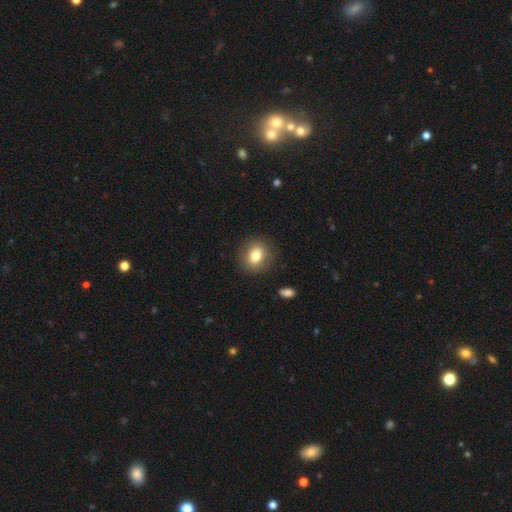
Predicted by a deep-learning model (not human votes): A smooth galaxy with no disk features (78%) that is round (61%).

Vote fractions:
- Smooth or featured? smooth: 78% / featured or disk: 13% / star or artifact: 9%
- How rounded? round: 61% / in between: 38% / cigar-shaped: 1%
- Merging? none: 87% / minor disturbance: 9% / major disturbance: 3% / merger: 1%